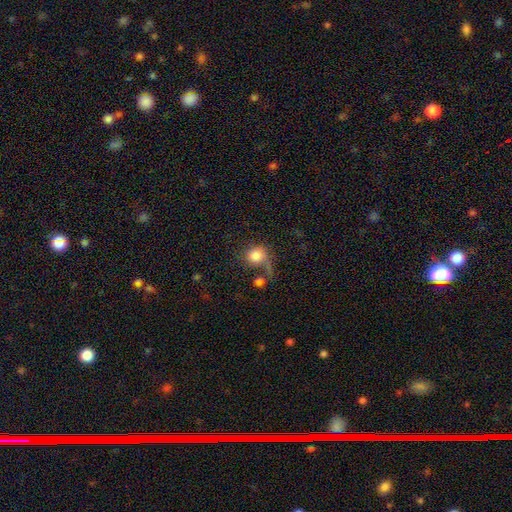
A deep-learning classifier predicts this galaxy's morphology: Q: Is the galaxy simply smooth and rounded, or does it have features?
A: smooth — 77%.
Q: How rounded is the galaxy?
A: round — 81%.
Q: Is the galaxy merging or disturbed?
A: none — 36%.